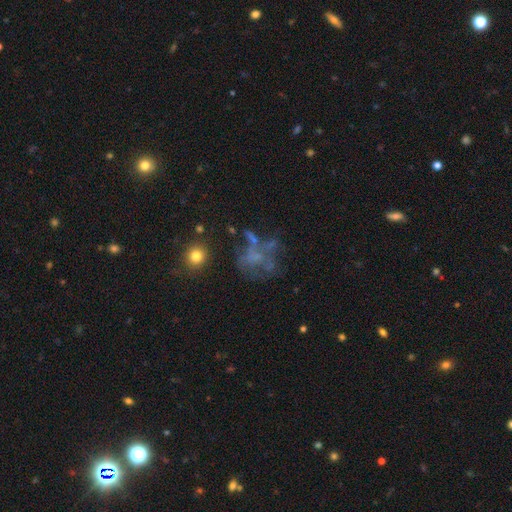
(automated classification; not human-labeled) A featured or disk galaxy (50%).

Vote fractions:
- Smooth or featured? featured or disk: 50% / smooth: 27% / star or artifact: 24%
- Merging? none: 38% / major disturbance: 33% / minor disturbance: 16% / merger: 12%